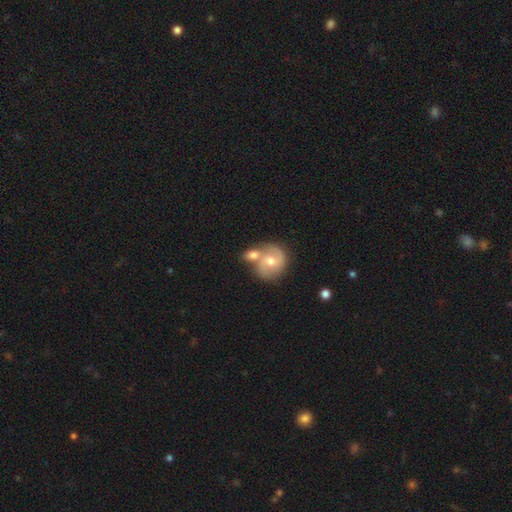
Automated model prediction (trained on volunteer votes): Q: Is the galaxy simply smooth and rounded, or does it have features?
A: featured or disk — 62%.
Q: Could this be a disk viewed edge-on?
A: no — 97%.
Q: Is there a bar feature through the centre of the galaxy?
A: no — 61%.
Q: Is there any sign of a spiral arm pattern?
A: yes — 82%.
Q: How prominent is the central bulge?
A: moderate — 65%.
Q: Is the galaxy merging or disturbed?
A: none — 42%, tied with merger.